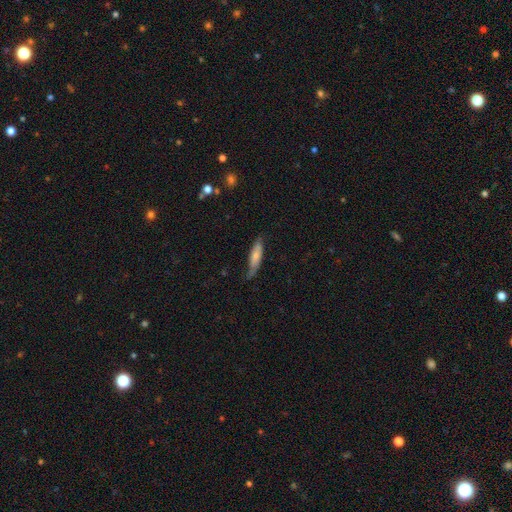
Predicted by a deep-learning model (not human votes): smooth-or-featured: smooth: 63% | featured or disk: 31% | star or artifact: 6%
  how-rounded: cigar-shaped: 68% | in between: 31% | round: 2%
  merging: none: 61% | minor disturbance: 30% | major disturbance: 8% | merger: 2%